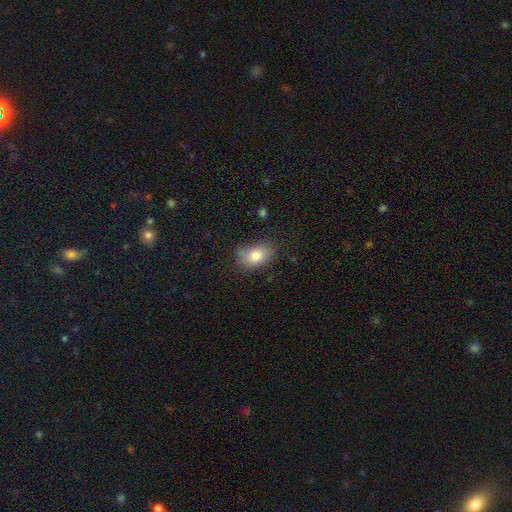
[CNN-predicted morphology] This is clearly a smooth galaxy (81%). How rounded: clearly in between (85%). Merging: likely none (71%).